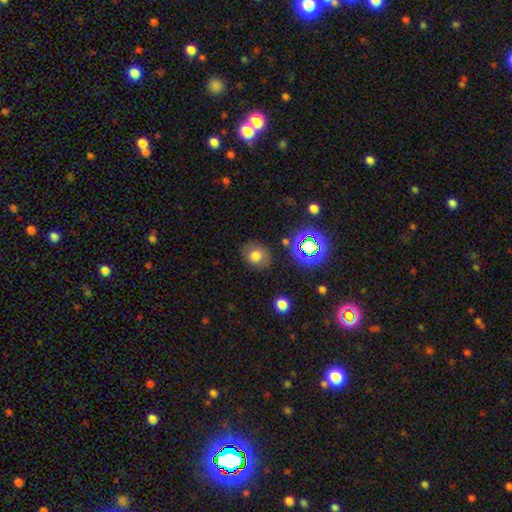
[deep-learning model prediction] smooth 72%, star or artifact 16%, featured or disk 11%. Down the decision tree: how rounded — round (68%); merging — none (79%).